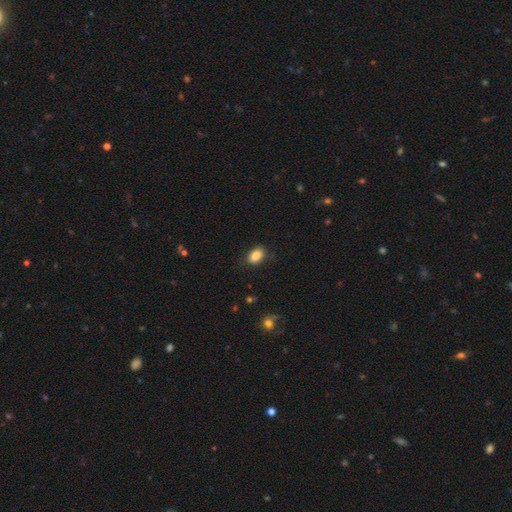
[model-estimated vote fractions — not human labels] A smooth galaxy with no disk features (86%) that is in between round and cigar-shaped (86%).

Vote fractions:
- Smooth or featured? smooth: 86% / star or artifact: 8% / featured or disk: 6%
- How rounded? in between: 86% / round: 13% / cigar-shaped: 2%
- Merging? none: 83% / minor disturbance: 13% / major disturbance: 3% / merger: 1%